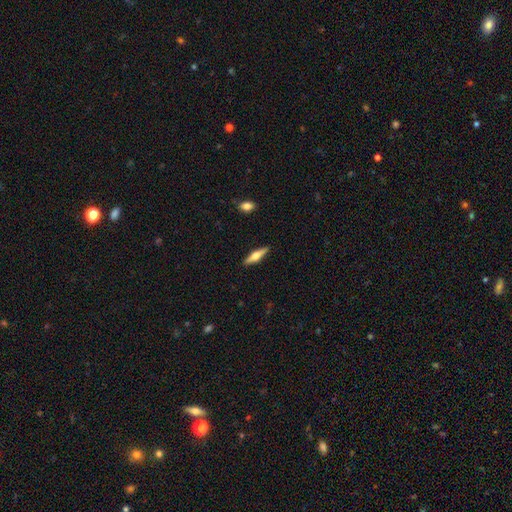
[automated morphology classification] type=featured or disk (60%); edge-on=yes (96%); edge-on bulge=rounded (92%); merging=none (90%).